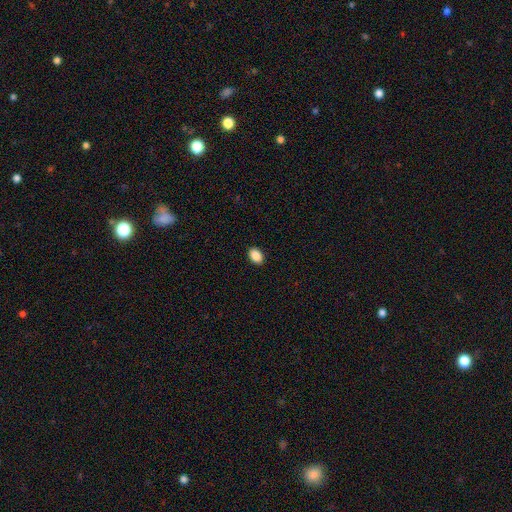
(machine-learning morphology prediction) A smooth galaxy with no disk features (89%) that is in between round and cigar-shaped (84%).

Vote fractions:
- Smooth or featured? smooth: 89% / star or artifact: 8% / featured or disk: 3%
- How rounded? in between: 84% / round: 15% / cigar-shaped: 1%
- Merging? none: 91% / minor disturbance: 7% / major disturbance: 2% / merger: 1%